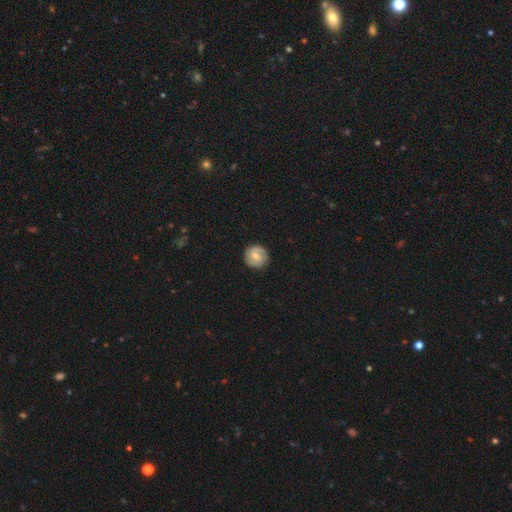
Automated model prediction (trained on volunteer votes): The model was most divided on "bar": weak: 49%, no: 39%, strong: 12%. More confident: edge-on disk — no (98%); merging — none (86%); spiral arms — yes (85%); bulge size — moderate (61%); smooth or featured — featured or disk (58%).